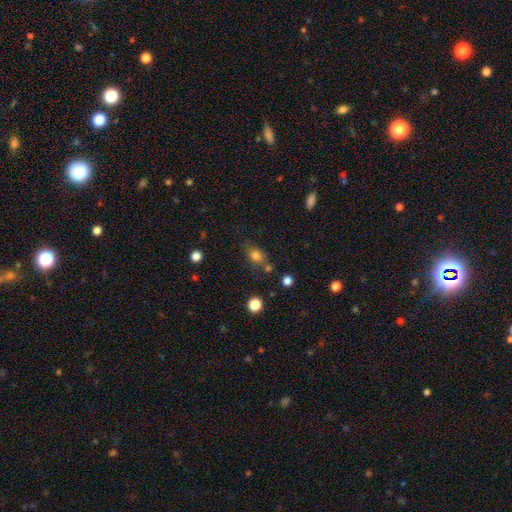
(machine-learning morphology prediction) This is likely a smooth galaxy (78%). How rounded: possibly in between (55%). Merging: likely none (61%).